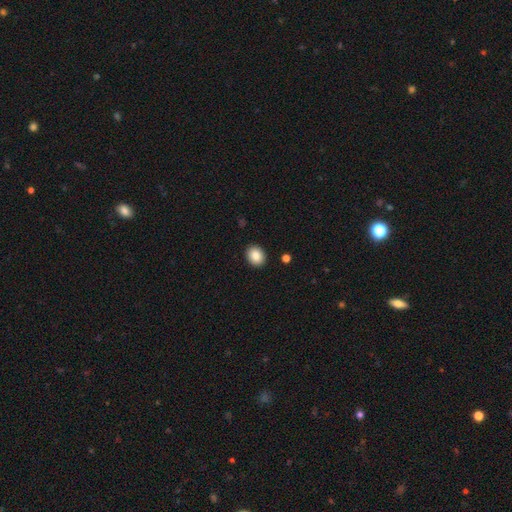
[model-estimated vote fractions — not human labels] Smooth or featured? smooth (86%)
How rounded? round (51%)
Merging? none (91%)